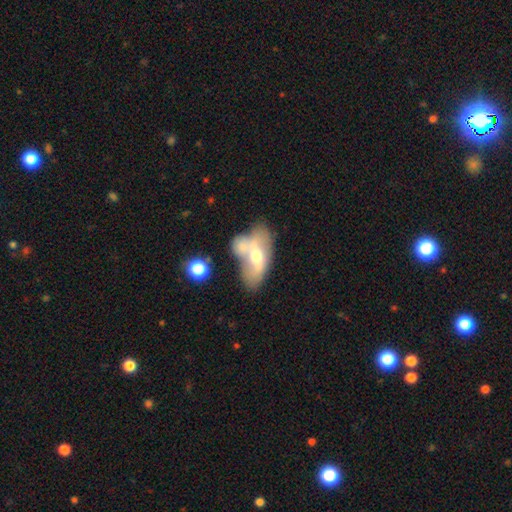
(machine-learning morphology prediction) smooth_or_featured: featured or disk (p=0.51) [alt: smooth p=0.41]
disk_edge_on: no (p=0.84) [alt: yes p=0.16]
merging: merger (p=0.52) [alt: none p=0.21]